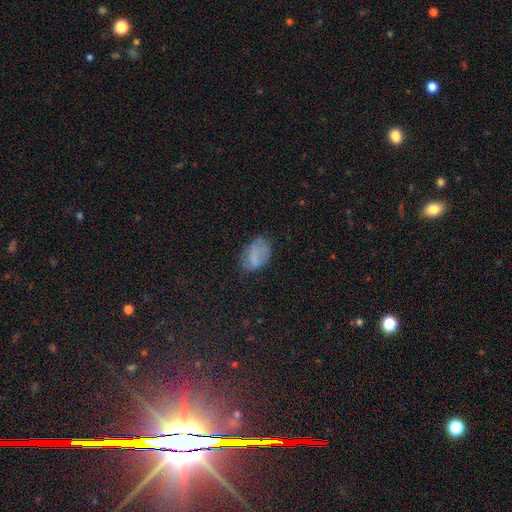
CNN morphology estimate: This appears to be a smooth galaxy with no disk features (68%) that is in between round and cigar-shaped (86%). Merging: none (56%).